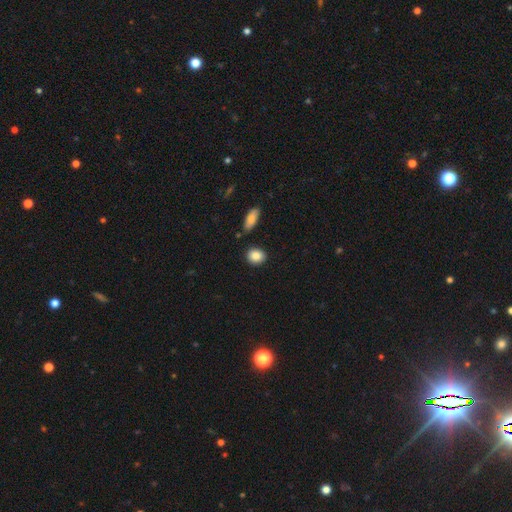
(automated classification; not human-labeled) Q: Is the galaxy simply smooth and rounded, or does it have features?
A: smooth — 86%.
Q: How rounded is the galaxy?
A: round — 56%.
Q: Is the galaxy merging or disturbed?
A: none — 84%.